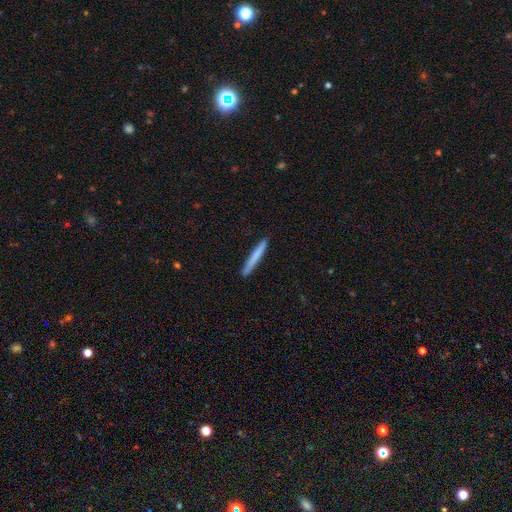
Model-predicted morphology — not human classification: This is likely a smooth galaxy (70%). How rounded: clearly cigar-shaped (97%). Merging: clearly none (90%).